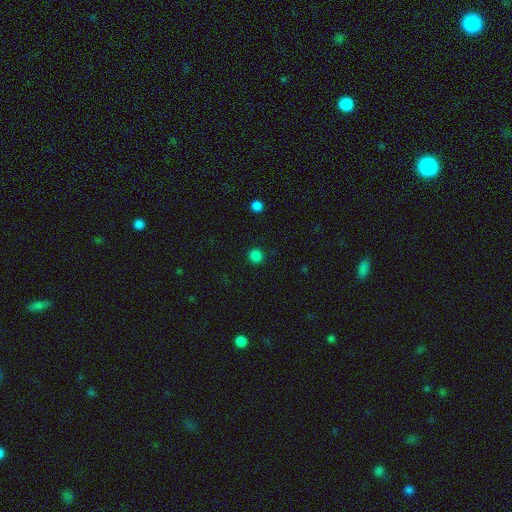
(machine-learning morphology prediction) The model was most divided on "smooth or featured": smooth: 83%, star or artifact: 15%, featured or disk: 3%. More confident: how rounded — round (94%); merging — none (92%).